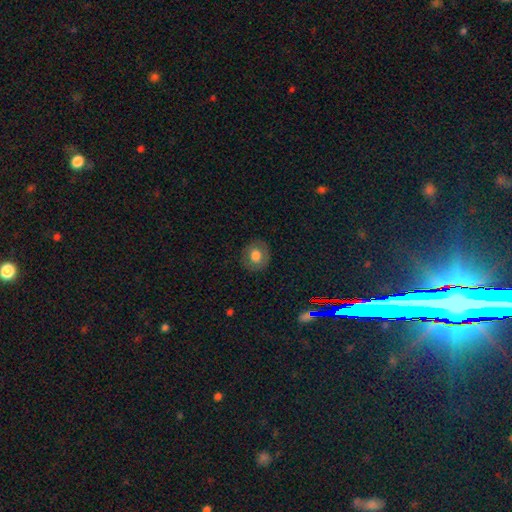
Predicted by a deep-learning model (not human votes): Overall: smooth (70%). How rounded: round (72%). Merging: none (83%).